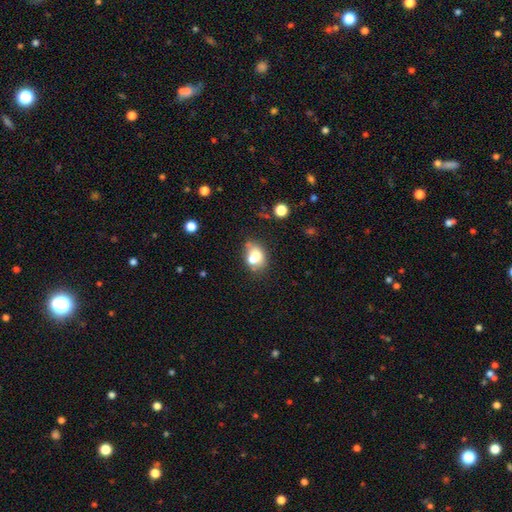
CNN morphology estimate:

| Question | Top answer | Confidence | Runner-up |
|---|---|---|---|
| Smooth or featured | smooth | 66% | featured or disk (22%) |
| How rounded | in between | 58% | round (40%) |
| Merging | none | 41% | merger (40%) |